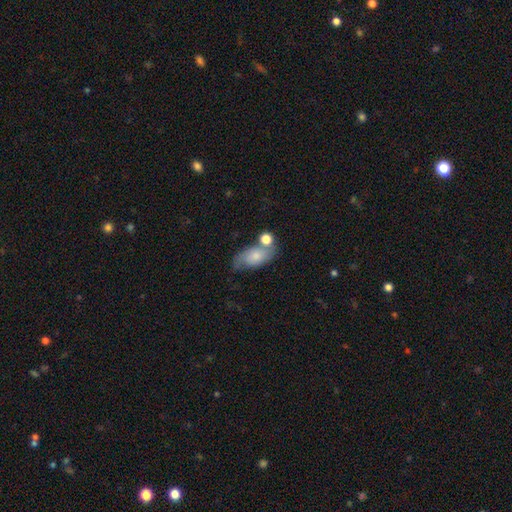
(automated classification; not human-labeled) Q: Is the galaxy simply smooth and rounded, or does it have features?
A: smooth — 60%.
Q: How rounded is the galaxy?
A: in between — 86%.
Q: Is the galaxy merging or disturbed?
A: none — 42%.